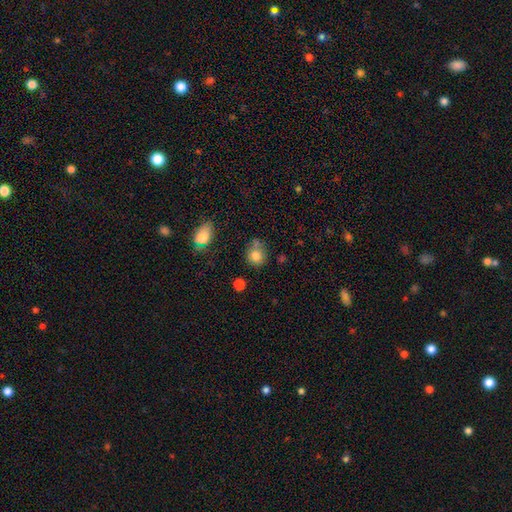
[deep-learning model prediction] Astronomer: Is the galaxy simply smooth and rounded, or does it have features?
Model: smooth — 80%.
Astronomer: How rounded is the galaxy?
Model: round — 78%.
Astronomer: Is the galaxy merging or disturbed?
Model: none — 63%.